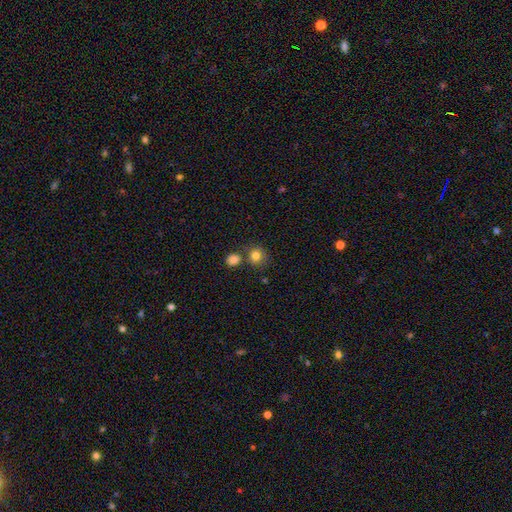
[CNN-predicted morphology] smooth-or-featured: smooth: 82% | star or artifact: 11% | featured or disk: 7%
  how-rounded: round: 83% | in between: 16% | cigar-shaped: 1%
  merging: none: 64% | merger: 21% | minor disturbance: 11% | major disturbance: 4%